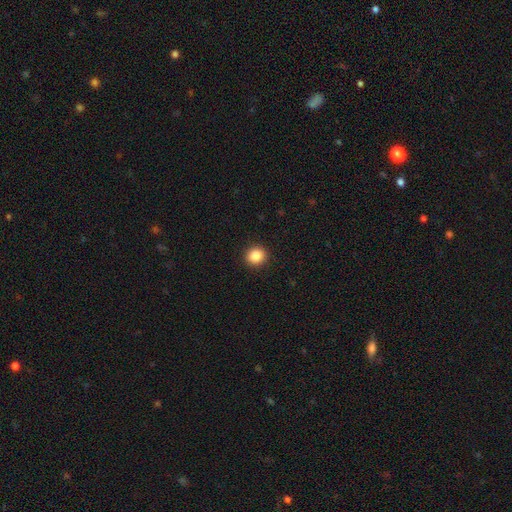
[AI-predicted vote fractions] Q: Smooth or featured?
A: smooth (87%); runner-up: star or artifact (9%)
Q: How rounded?
A: round (86%); runner-up: in between (13%)
Q: Merging?
A: none (92%); runner-up: minor disturbance (5%)